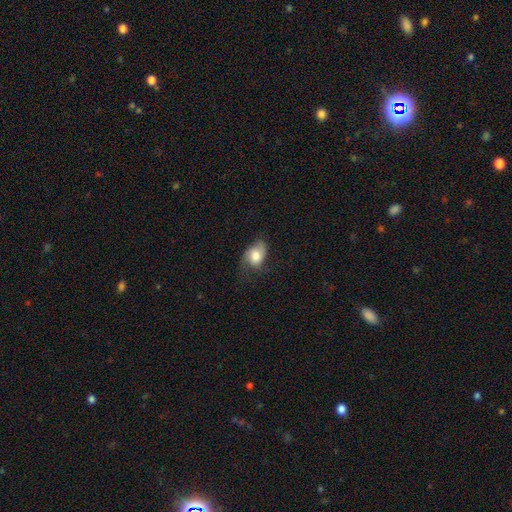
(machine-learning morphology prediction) A smooth galaxy with no disk features (72%) that is in between round and cigar-shaped (76%).

Vote fractions:
- Smooth or featured? smooth: 72% / featured or disk: 21% / star or artifact: 8%
- How rounded? in between: 76% / round: 22% / cigar-shaped: 1%
- Merging? none: 41% / minor disturbance: 34% / major disturbance: 23% / merger: 2%